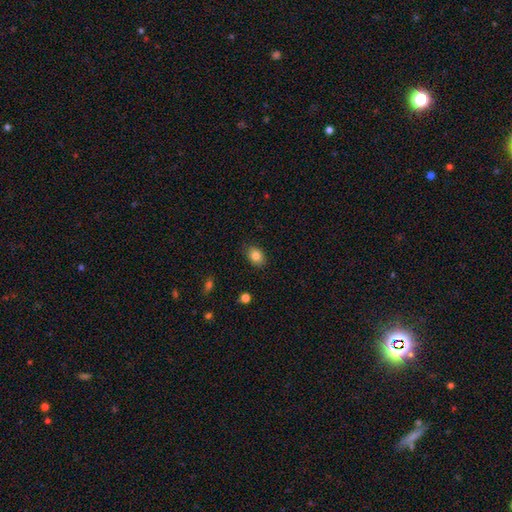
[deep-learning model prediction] A smooth galaxy with no disk features (83%) that is in between round and cigar-shaped (76%).

Vote fractions:
- Smooth or featured? smooth: 83% / star or artifact: 9% / featured or disk: 8%
- How rounded? in between: 76% / round: 23% / cigar-shaped: 1%
- Merging? none: 86% / minor disturbance: 11% / major disturbance: 2% / merger: 1%